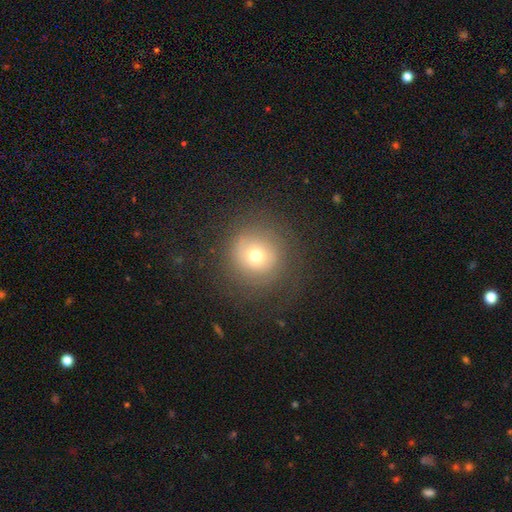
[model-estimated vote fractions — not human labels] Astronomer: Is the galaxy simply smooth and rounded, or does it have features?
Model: smooth — 62%.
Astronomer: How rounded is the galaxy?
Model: round — 93%.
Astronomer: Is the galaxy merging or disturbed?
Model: none — 79%.